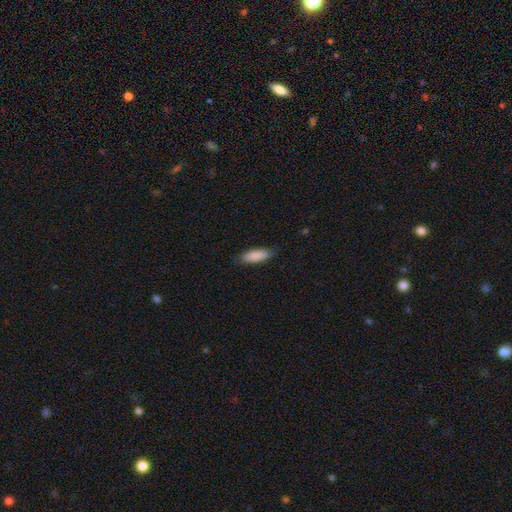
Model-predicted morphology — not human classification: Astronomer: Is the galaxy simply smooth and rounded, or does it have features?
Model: smooth — 88%.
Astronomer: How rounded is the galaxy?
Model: in between — 66%.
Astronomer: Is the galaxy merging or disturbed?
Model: none — 83%.